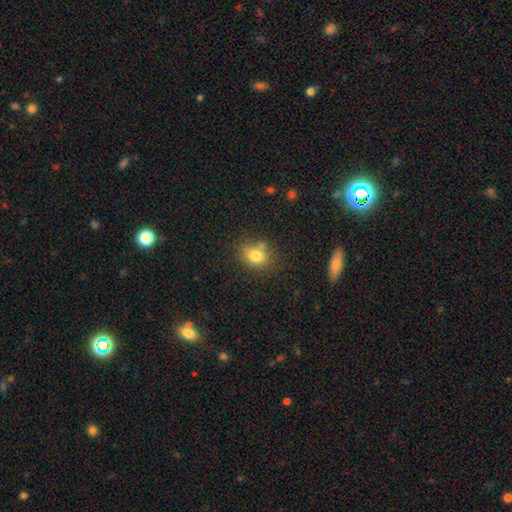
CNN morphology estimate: Smooth or featured? smooth (79%)
How rounded? round (58%)
Merging? none (69%)